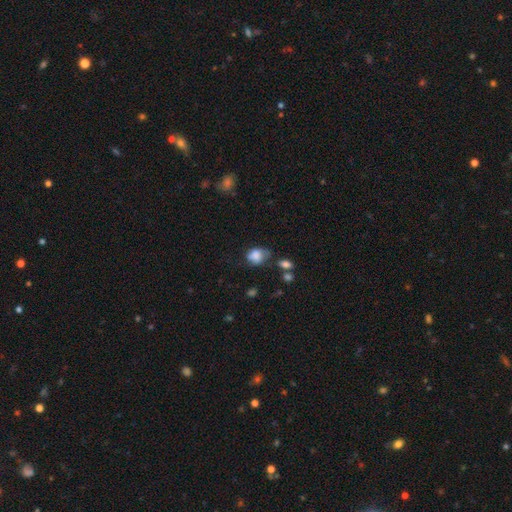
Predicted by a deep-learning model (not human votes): smooth_or_featured: smooth (p=0.77) [alt: featured or disk p=0.14]
how_rounded: in between (p=0.57) [alt: round p=0.42]
merging: none (p=0.36) [alt: minor disturbance p=0.35]